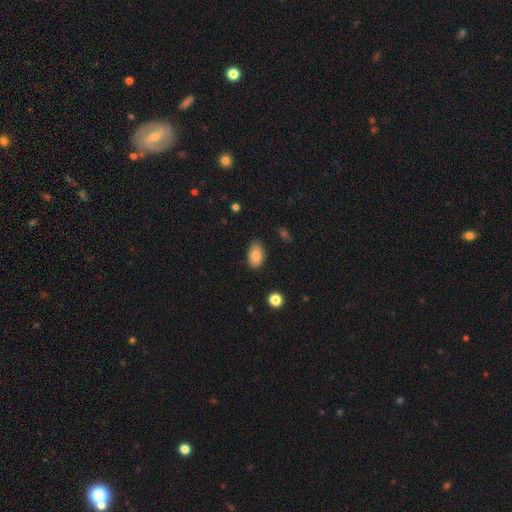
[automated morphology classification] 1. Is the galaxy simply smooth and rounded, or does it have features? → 85% smooth, 8% featured or disk, 8% star or artifact.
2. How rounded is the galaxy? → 91% in between, 7% round, 1% cigar-shaped.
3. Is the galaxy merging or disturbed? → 82% none, 14% minor disturbance, 3% major disturbance, 1% merger.